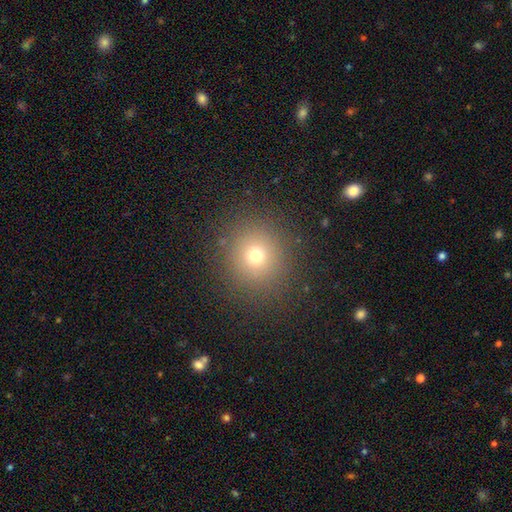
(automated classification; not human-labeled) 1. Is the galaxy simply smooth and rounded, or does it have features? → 71% smooth, 19% star or artifact, 10% featured or disk.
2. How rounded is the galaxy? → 91% round, 8% in between, 1% cigar-shaped.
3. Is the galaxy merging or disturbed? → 88% none, 7% minor disturbance, 4% major disturbance, 1% merger.